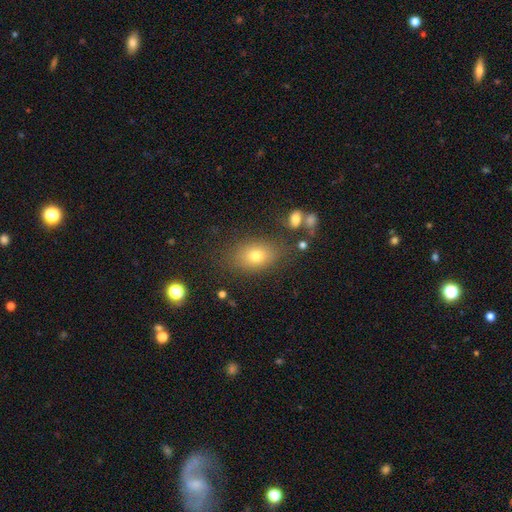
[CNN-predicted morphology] A smooth galaxy with no disk features (74%) that is in between round and cigar-shaped (78%). Merging: none (77%).